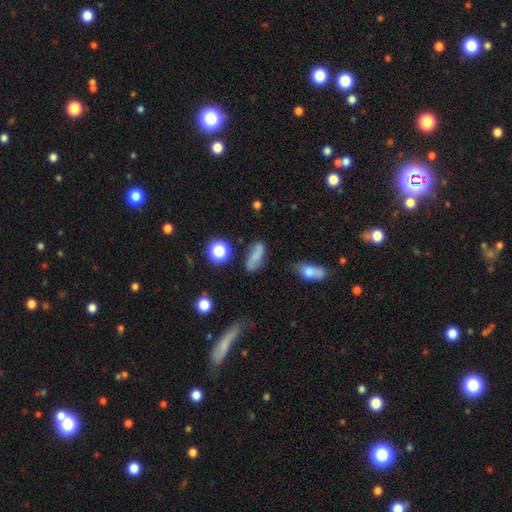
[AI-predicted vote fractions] Smooth or featured?
  - smooth: 55% *
  - featured or disk: 32%
  - star or artifact: 13%
How rounded?
  - in between: 70% *
  - cigar-shaped: 21%
  - round: 9%
Merging?
  - none: 65% *
  - minor disturbance: 21%
  - major disturbance: 8%
  - merger: 5%